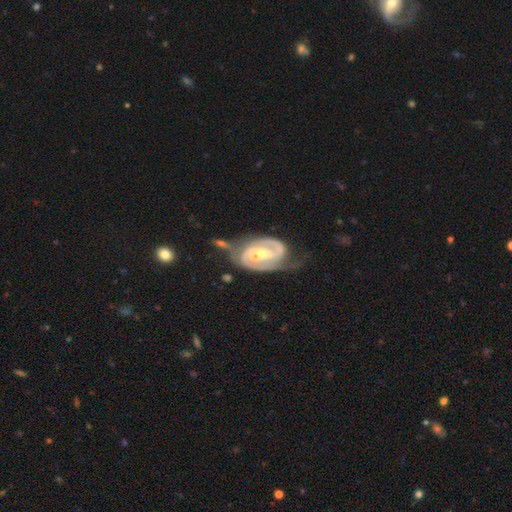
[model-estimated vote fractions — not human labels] This is clearly a featured or disk galaxy (89%). It is clearly not viewed edge-on (97%). Bar: marginally weak (37%). Spiral arm pattern: clearly yes (93%). Spiral arm count: clearly 2 (82%). Spiral winding: marginally medium (42%, tied with tight). Central bulge: possibly moderate (58%). Merging: marginally none (40%).